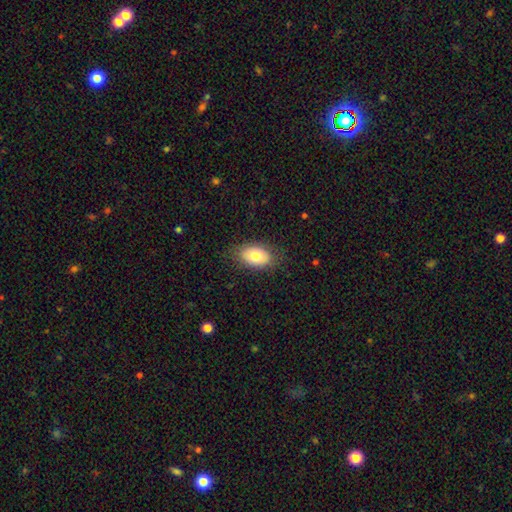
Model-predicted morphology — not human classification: A smooth galaxy with no disk features (76%) that is in between round and cigar-shaped (89%). Merging: none (80%).